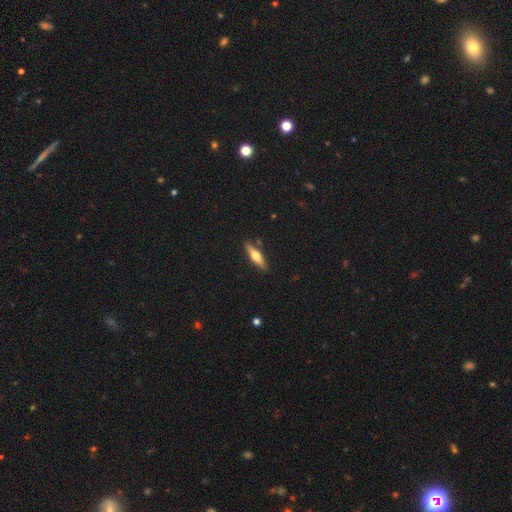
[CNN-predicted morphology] Smooth or featured?
  - featured or disk: 51% *
  - smooth: 43%
  - star or artifact: 6%
Edge-on disk?
  - yes: 92% *
  - no: 8%
Merging?
  - none: 88% *
  - minor disturbance: 8%
  - merger: 2%
  - major disturbance: 2%